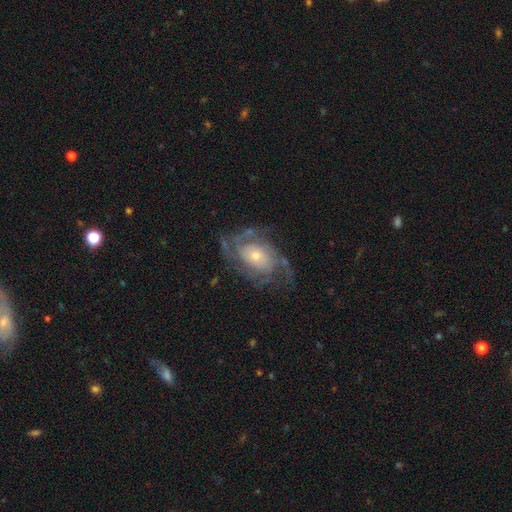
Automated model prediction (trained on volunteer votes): Smooth or featured? Predicted: featured or disk (p=0.83). Edge-on disk? Predicted: no (p=0.96). Bar? Predicted: no (p=0.73). Spiral arms? Predicted: yes (p=0.91). Spiral winding? Predicted: tight (p=0.47). Spiral arm count? Predicted: 2 (p=0.35). Bulge size? Predicted: small (p=0.49). Merging? Predicted: none (p=0.66).